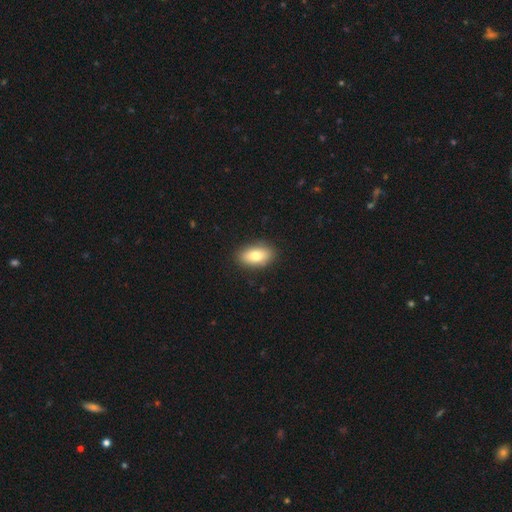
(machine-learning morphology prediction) Smooth or featured?
  - smooth: 78% *
  - featured or disk: 14%
  - star or artifact: 7%
How rounded?
  - in between: 90% *
  - round: 7%
  - cigar-shaped: 3%
Merging?
  - none: 88% *
  - minor disturbance: 9%
  - major disturbance: 2%
  - merger: 1%